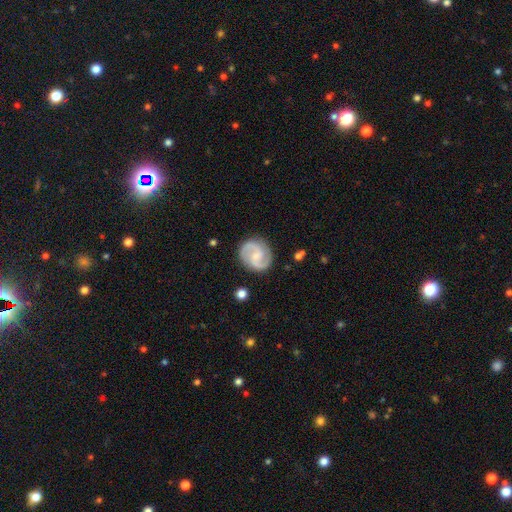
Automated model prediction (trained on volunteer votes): Morphology: type=featured or disk (85%); edge-on=no (98%); bar=no (46%); spiral arms=yes (97%); winding=medium (55%); arm count=2 (93%); bulge=small (59%); merging=none (86%).